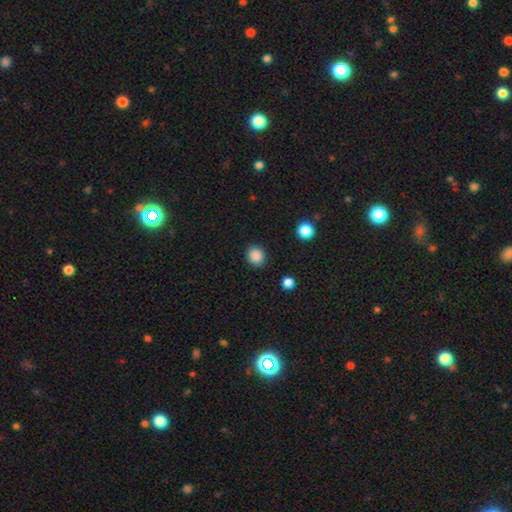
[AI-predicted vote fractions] A smooth galaxy with no disk features (87%) that is round (83%).

Vote fractions:
- Smooth or featured? smooth: 87% / star or artifact: 10% / featured or disk: 3%
- How rounded? round: 83% / in between: 16% / cigar-shaped: 1%
- Merging? none: 89% / minor disturbance: 7% / major disturbance: 2% / merger: 1%